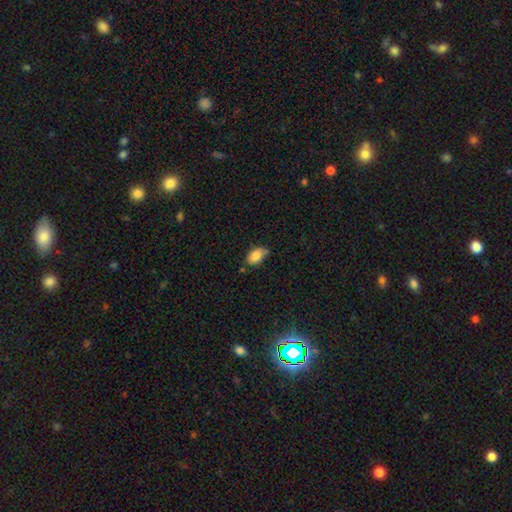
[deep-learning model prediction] Overall: smooth (84%). How rounded: in between (90%). Merging: none (62%; minor disturbance 28%).